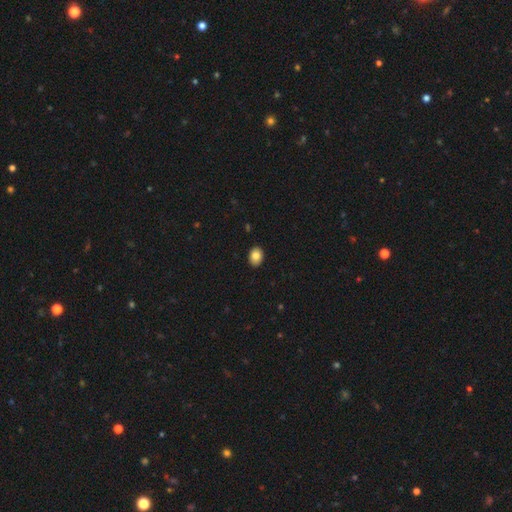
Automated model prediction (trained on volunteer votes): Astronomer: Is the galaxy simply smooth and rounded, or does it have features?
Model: smooth — 84%.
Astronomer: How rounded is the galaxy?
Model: in between — 68%.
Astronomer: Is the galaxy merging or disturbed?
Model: none — 90%.